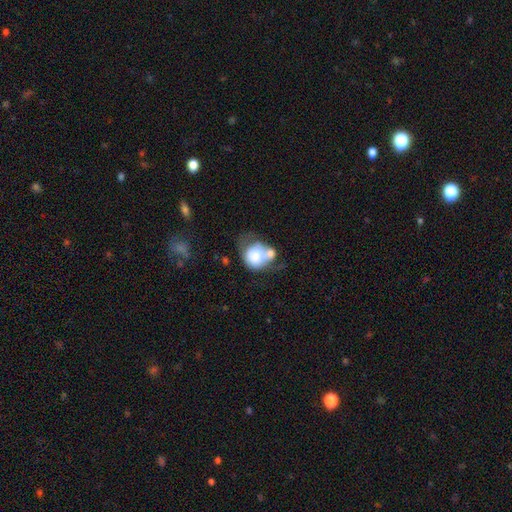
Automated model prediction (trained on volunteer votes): This appears to be a smooth galaxy with no disk features (65%) that is round (60%). Merging: merger (41%).